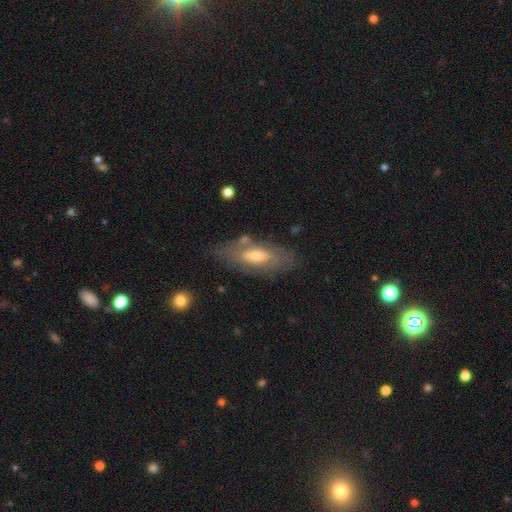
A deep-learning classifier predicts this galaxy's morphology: This appears to be a featured or disk galaxy (56%). Merging: none (68%).